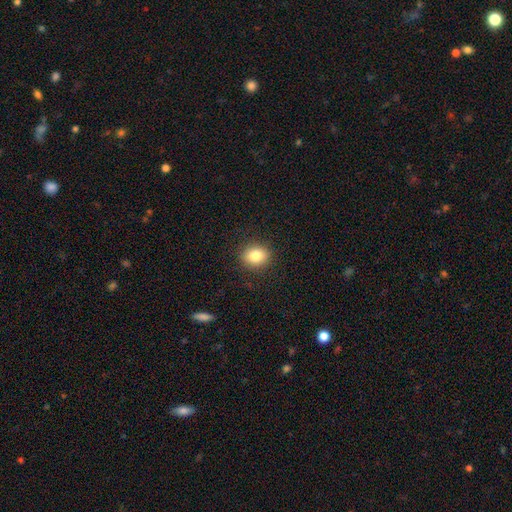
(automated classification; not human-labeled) Smooth or featured? Predicted: smooth (p=0.83). How rounded? Predicted: round (p=0.58). Merging? Predicted: none (p=0.89).